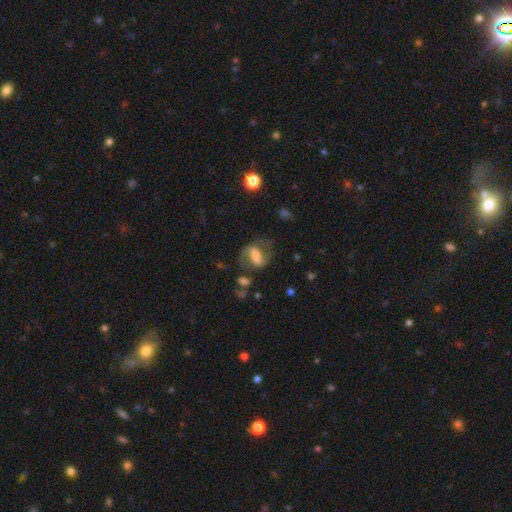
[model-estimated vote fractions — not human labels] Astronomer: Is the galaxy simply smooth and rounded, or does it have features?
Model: featured or disk — 58%.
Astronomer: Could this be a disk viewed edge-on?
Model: no — 95%.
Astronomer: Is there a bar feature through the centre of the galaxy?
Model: strong — 48% (runner-up: weak, 32%).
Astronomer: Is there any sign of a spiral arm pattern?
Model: yes — 82%.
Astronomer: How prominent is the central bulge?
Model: large — 28% (runner-up: moderate, 26%).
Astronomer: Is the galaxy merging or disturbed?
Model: none — 56%.